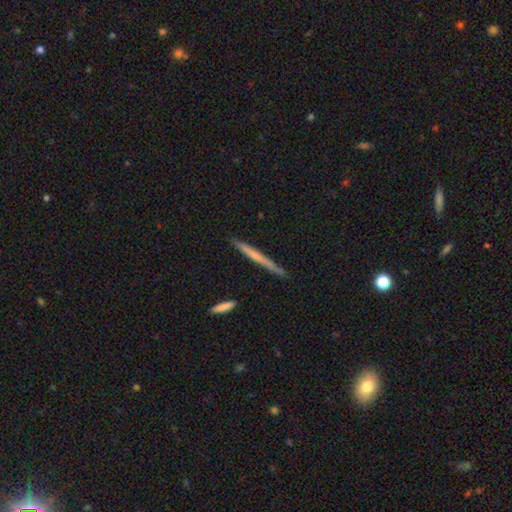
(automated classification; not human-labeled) smooth 49%, featured or disk 45%, star or artifact 6%. Down the decision tree: merging — none (87%).